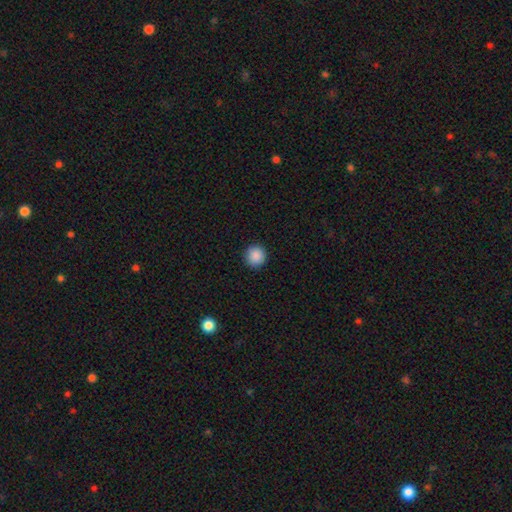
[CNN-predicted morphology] Smooth or featured? Predicted: smooth (p=0.89). How rounded? Predicted: round (p=0.94). Merging? Predicted: none (p=0.92).